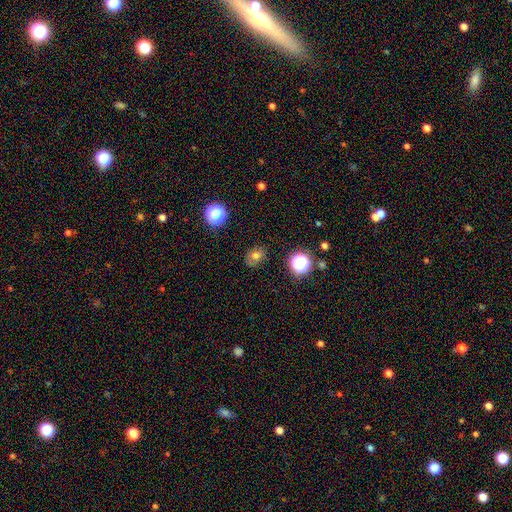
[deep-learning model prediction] This appears to be a smooth galaxy with no disk features (69%) that is in between round and cigar-shaped (51%). Merging: none (77%).